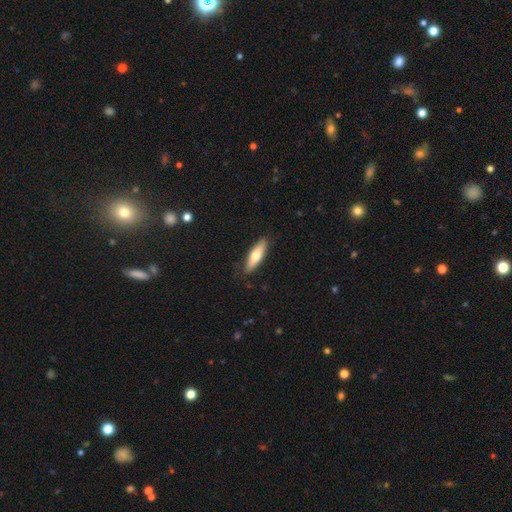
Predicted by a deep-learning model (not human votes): A smooth galaxy with no disk features (67%) that is cigar-shaped (54%). Merging: none (86%).